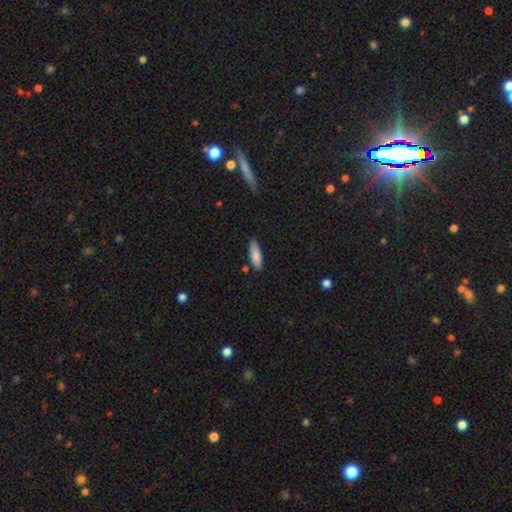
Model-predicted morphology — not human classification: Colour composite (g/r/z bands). It shows a smooth galaxy with no disk features (85%) that is cigar-shaped (50%). Merging: none (83%).